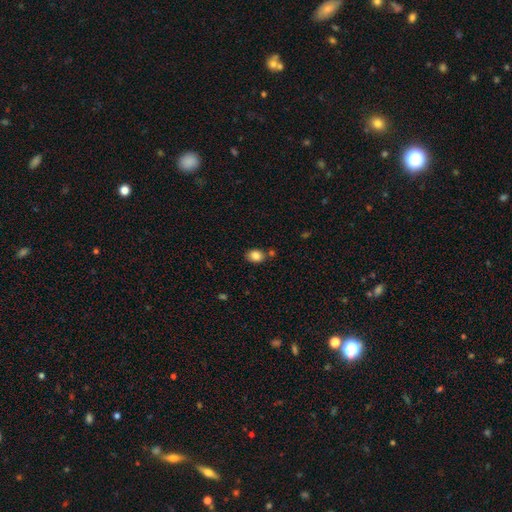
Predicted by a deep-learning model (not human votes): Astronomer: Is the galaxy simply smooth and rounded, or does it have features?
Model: smooth — 84%.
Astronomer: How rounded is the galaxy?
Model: in between — 60% (runner-up: round, 39%).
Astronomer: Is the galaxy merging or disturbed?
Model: none — 73%.